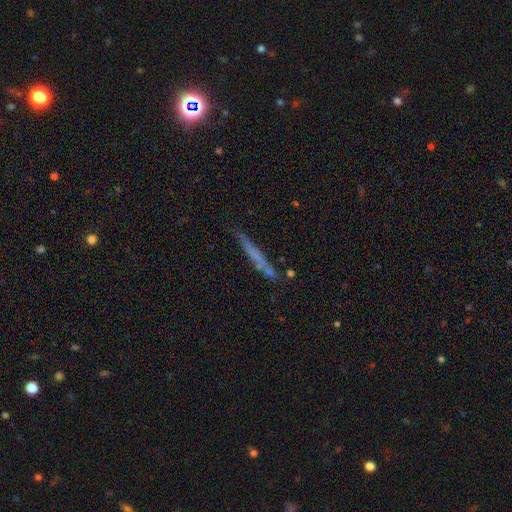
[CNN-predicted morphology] A smooth galaxy with no disk features (52%) that is cigar-shaped (95%).

Vote fractions:
- Smooth or featured? smooth: 52% / featured or disk: 39% / star or artifact: 9%
- How rounded? cigar-shaped: 95% / in between: 3% / round: 2%
- Merging? none: 75% / minor disturbance: 16% / merger: 5% / major disturbance: 4%